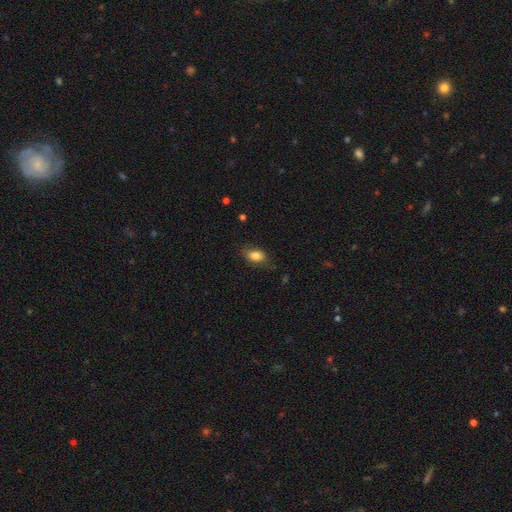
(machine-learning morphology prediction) smooth_or_featured: smooth (p=0.83) [alt: featured or disk p=0.09]
how_rounded: in between (p=0.87) [alt: round p=0.10]
merging: none (p=0.75) [alt: minor disturbance p=0.19]